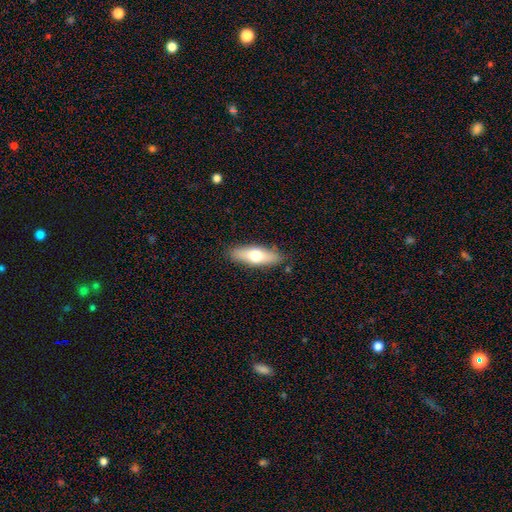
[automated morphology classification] Smooth or featured? Predicted: smooth (p=0.60). How rounded? Predicted: in between (p=0.57). Merging? Predicted: none (p=0.86).